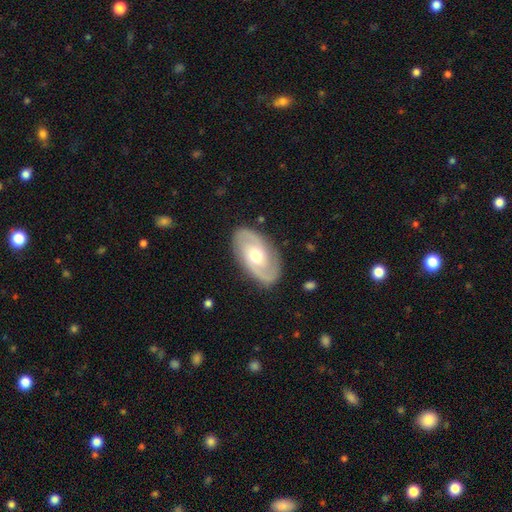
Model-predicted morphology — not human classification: Q: Smooth or featured?
A: featured or disk (79%); runner-up: smooth (16%)
Q: Edge-on disk?
A: no (95%); runner-up: yes (5%)
Q: Bar?
A: no (60%); runner-up: weak (32%)
Q: Spiral arms?
A: yes (90%); runner-up: no (10%)
Q: Spiral winding?
A: medium (46%); runner-up: tight (35%)
Q: Spiral arm count?
A: 2 (88%); runner-up: can't tell (6%)
Q: Bulge size?
A: moderate (73%); runner-up: small (16%)
Q: Merging?
A: none (86%); runner-up: minor disturbance (10%)